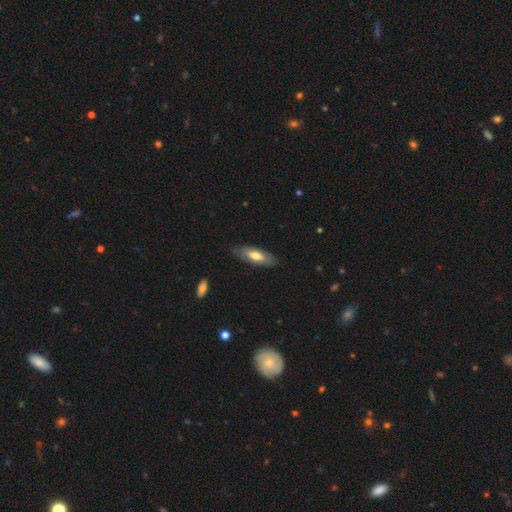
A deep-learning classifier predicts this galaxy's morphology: Smooth or featured? Predicted: smooth (p=0.64). How rounded? Predicted: in between (p=0.63). Merging? Predicted: none (p=0.82).